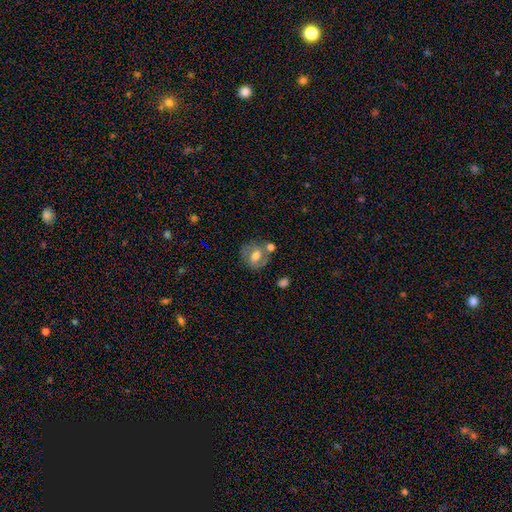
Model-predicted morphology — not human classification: smooth-or-featured: smooth: 47% | featured or disk: 44% | star or artifact: 9%
  merging: none: 57% | minor disturbance: 18% | merger: 17% | major disturbance: 8%